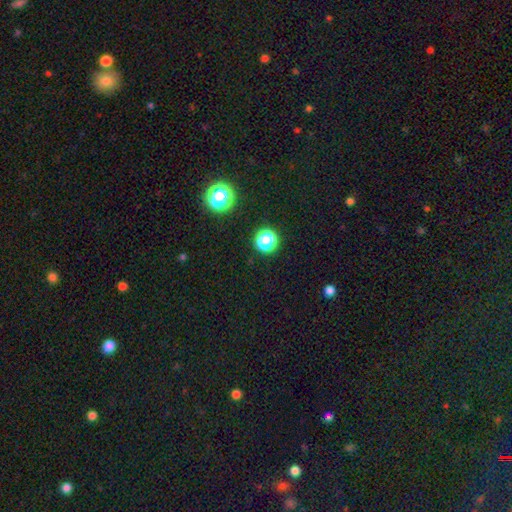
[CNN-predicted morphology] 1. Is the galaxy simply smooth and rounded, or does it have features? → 69% star or artifact, 25% smooth, 6% featured or disk.